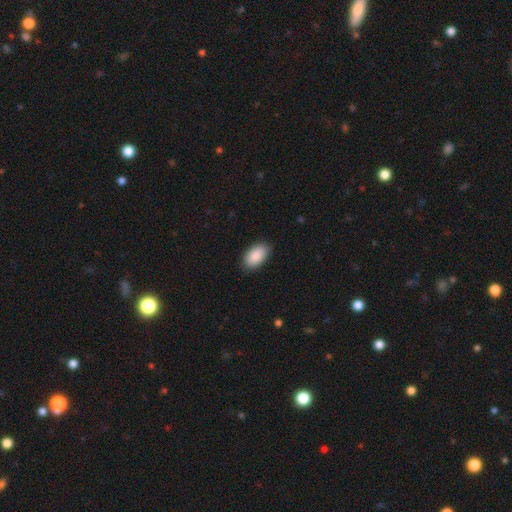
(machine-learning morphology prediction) A smooth galaxy with no disk features (90%) that is in between round and cigar-shaped (95%). Merging: none (86%).